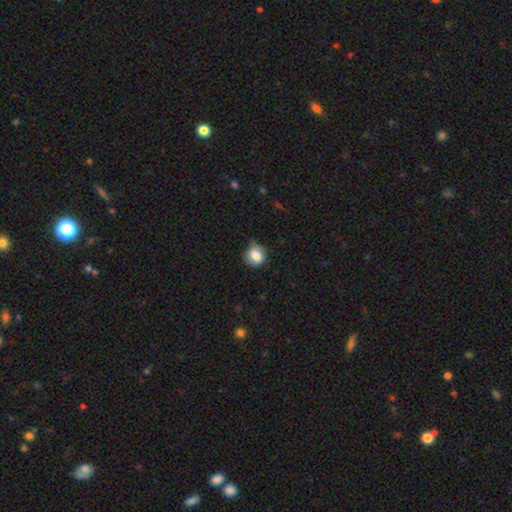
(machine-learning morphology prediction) smooth 80%, featured or disk 10%, star or artifact 10%. Down the decision tree: how rounded — round (78%); merging — none (58%).